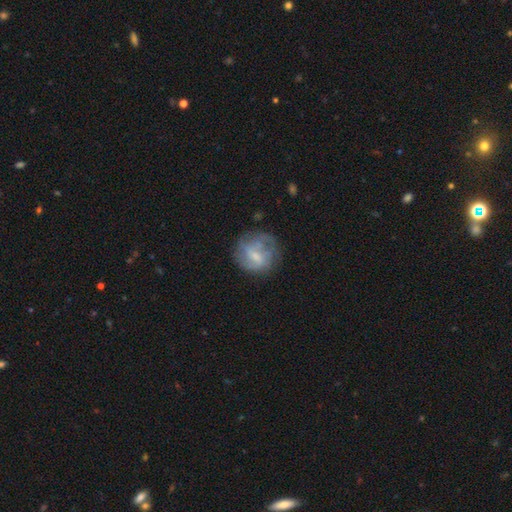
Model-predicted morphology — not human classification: Smooth or featured? Predicted: featured or disk (p=0.57). Edge-on disk? Predicted: no (p=0.97). Bar? Predicted: weak (p=0.52). Spiral arms? Predicted: yes (p=0.67). Bulge size? Predicted: small (p=0.36, tied with moderate). Merging? Predicted: none (p=0.62).